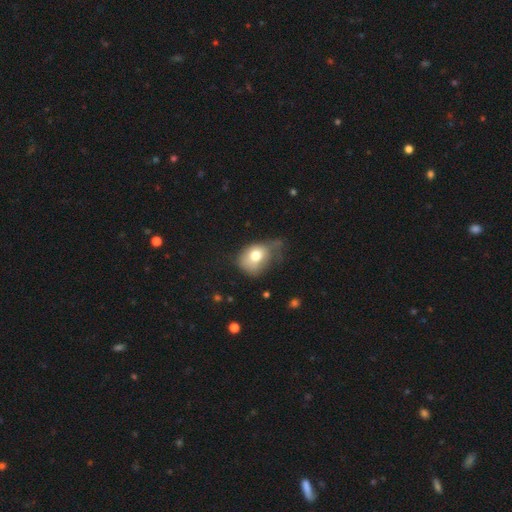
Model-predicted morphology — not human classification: Q: Smooth or featured?
A: smooth (72%); runner-up: featured or disk (19%)
Q: How rounded?
A: in between (54%); runner-up: round (45%)
Q: Merging?
A: minor disturbance (38%); runner-up: major disturbance (30%)